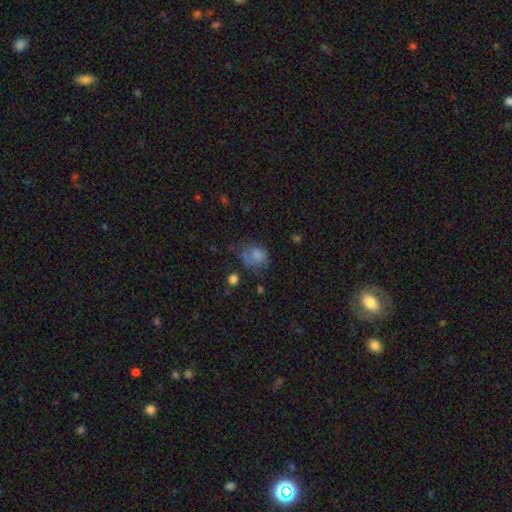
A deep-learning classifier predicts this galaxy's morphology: Smooth or featured? Predicted: smooth (p=0.67). How rounded? Predicted: in between (p=0.54). Merging? Predicted: major disturbance (p=0.32).